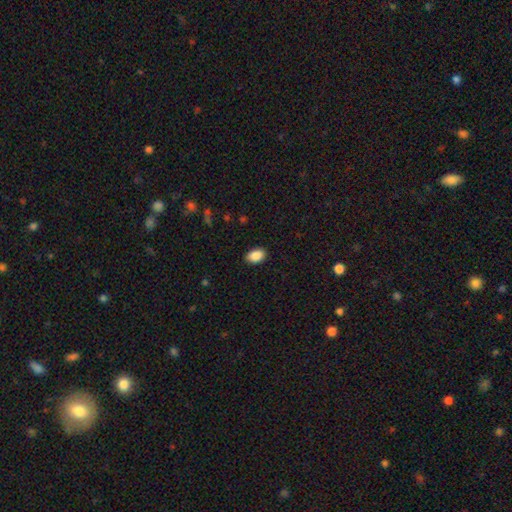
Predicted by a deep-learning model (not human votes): The model was most divided on "how rounded": in between: 87%, round: 12%, cigar-shaped: 1%. More confident: smooth or featured — smooth (89%); merging — none (89%).